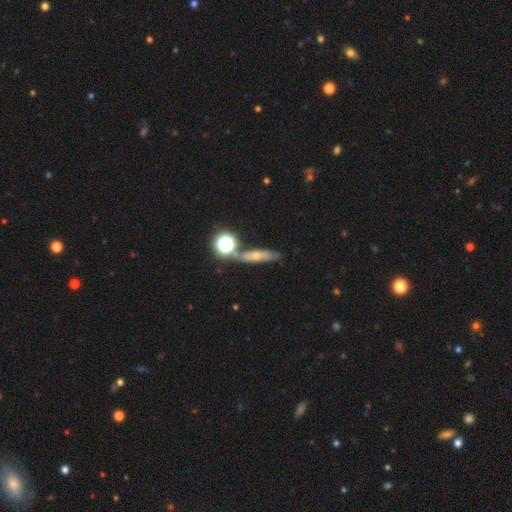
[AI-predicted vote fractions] Morphology: type=featured or disk (41%); merging=none (73%).